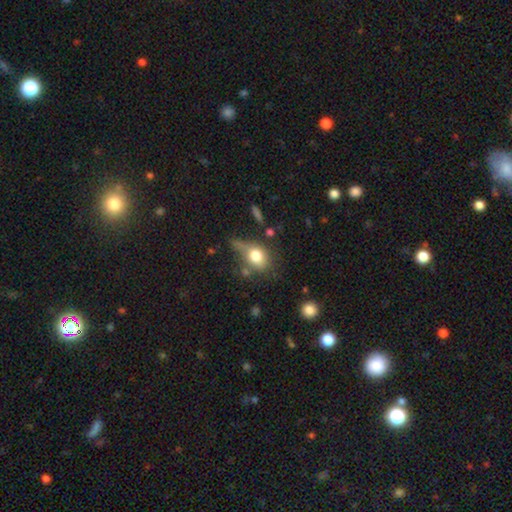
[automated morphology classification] type=smooth (75%); roundness=in between (58%); merging=none (41%).